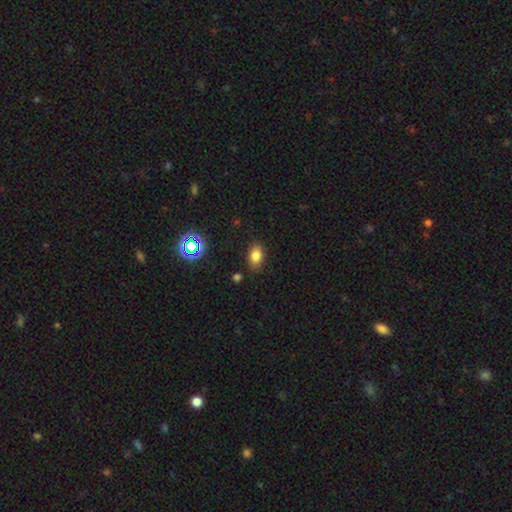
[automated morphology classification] Q: Smooth or featured?
A: smooth (80%); runner-up: star or artifact (13%)
Q: How rounded?
A: in between (86%); runner-up: round (12%)
Q: Merging?
A: none (84%); runner-up: minor disturbance (11%)